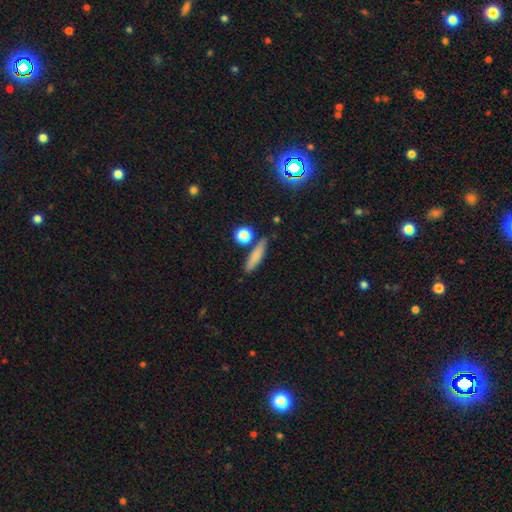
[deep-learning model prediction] smooth 77%, featured or disk 14%, star or artifact 9%. Down the decision tree: how rounded — cigar-shaped (72%); merging — none (78%).